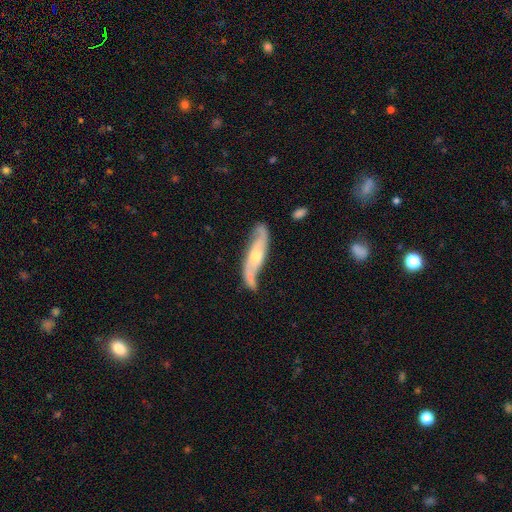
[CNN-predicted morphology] Overall: featured or disk (78%). Edge-on disk: no (75%). Bar: no (58%; weak 28%). Spiral arms: yes (92%). Spiral arm count: 2 (88%). Spiral winding: loose (53%; medium 32%). Bulge size: moderate (54%; small 40%). Merging: none (67%).